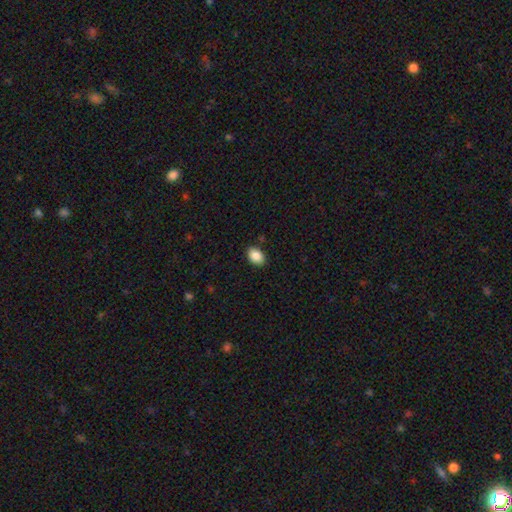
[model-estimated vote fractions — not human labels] smooth-or-featured: smooth: 87% | star or artifact: 8% | featured or disk: 5%
  how-rounded: in between: 81% | round: 18% | cigar-shaped: 1%
  merging: none: 88% | minor disturbance: 9% | major disturbance: 2% | merger: 1%